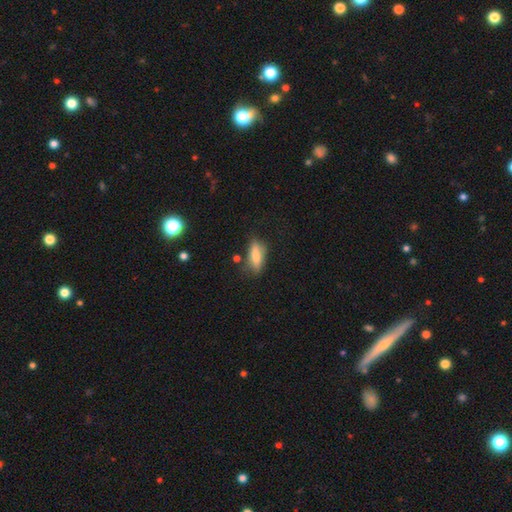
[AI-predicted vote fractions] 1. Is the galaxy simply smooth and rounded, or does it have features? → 78% smooth, 14% featured or disk, 8% star or artifact.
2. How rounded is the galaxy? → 66% in between, 31% cigar-shaped, 3% round.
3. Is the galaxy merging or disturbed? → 65% none, 23% minor disturbance, 7% major disturbance, 5% merger.